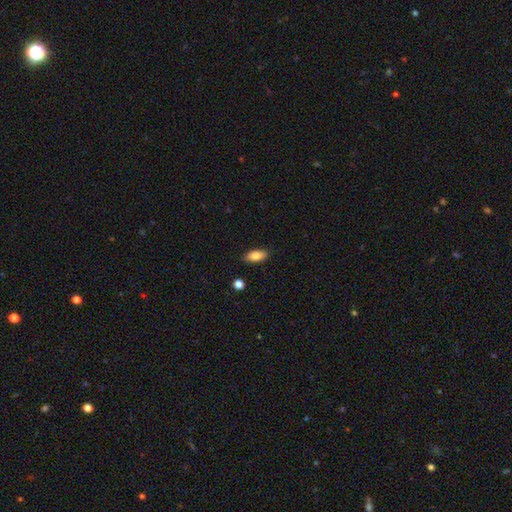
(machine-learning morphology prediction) smooth 86%, featured or disk 7%, star or artifact 7%. Down the decision tree: how rounded — in between (88%); merging — none (88%).